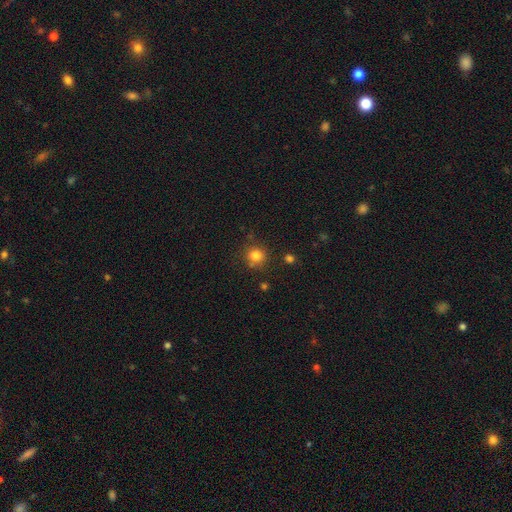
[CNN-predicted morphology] Smooth or featured: smooth — 82% (star or artifact — 13%)
How rounded: round — 89% (in between — 10%)
Merging: none — 80% (minor disturbance — 11%)